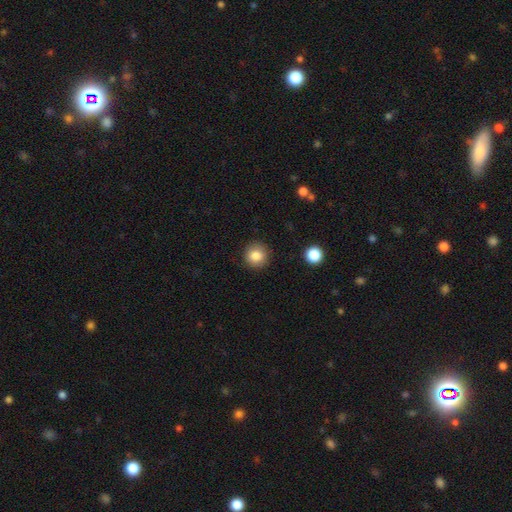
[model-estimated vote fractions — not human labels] Morphology: type=smooth (84%); roundness=round (92%); merging=none (89%).